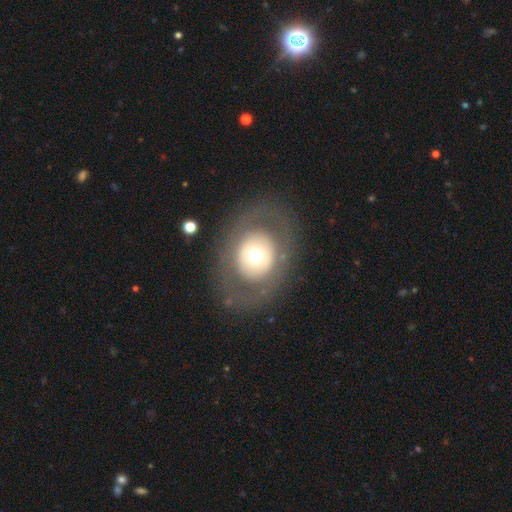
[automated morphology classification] Q: Smooth or featured?
A: smooth (47%); runner-up: featured or disk (44%)
Q: Merging?
A: none (79%); runner-up: major disturbance (10%)